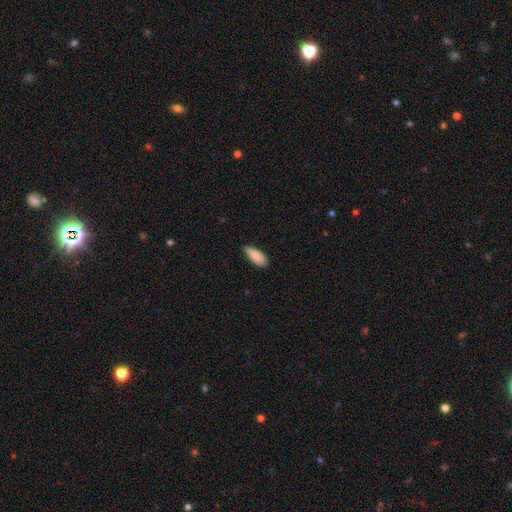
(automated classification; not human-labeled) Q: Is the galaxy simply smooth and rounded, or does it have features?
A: smooth — 87%.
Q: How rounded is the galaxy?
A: in between — 79%.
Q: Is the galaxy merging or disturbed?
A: none — 73%.